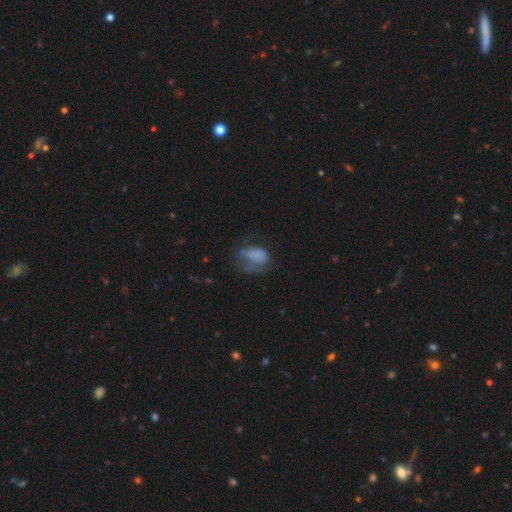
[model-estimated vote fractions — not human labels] smooth-or-featured: smooth: 65% | featured or disk: 22% | star or artifact: 13%
  how-rounded: in between: 71% | round: 27% | cigar-shaped: 2%
  merging: major disturbance: 41% | none: 29% | minor disturbance: 26% | merger: 5%